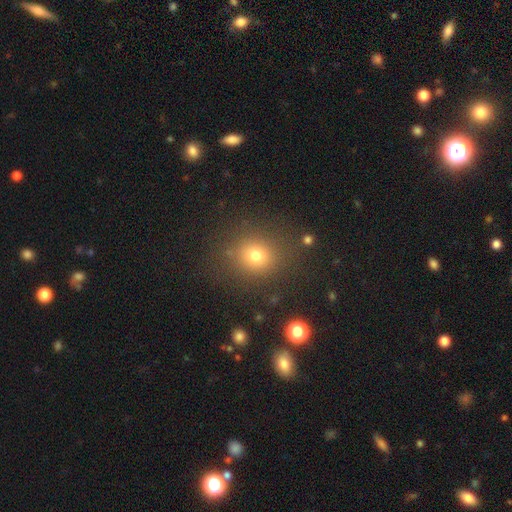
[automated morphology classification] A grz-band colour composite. It shows a smooth galaxy with no disk features (75%) that is round (84%). Merging: none (83%).